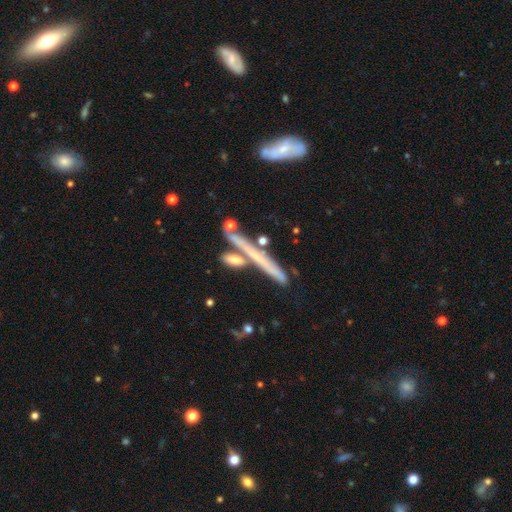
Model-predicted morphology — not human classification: Smooth or featured? featured or disk (56%)
Edge-on disk? yes (91%)
Edge-on bulge? none (76%)
Merging? none (67%)